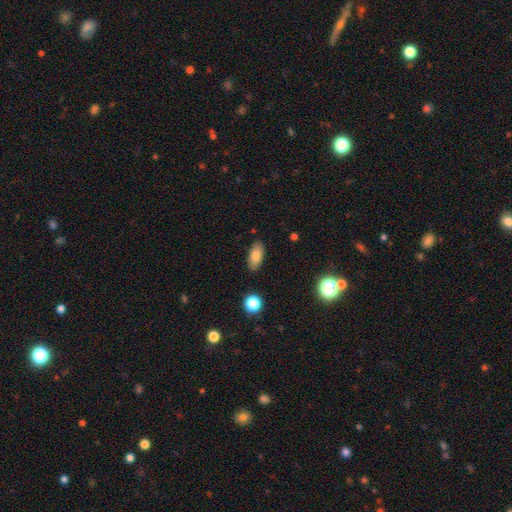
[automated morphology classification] smooth-or-featured: smooth: 82% | featured or disk: 10% | star or artifact: 8%
  how-rounded: in between: 88% | cigar-shaped: 9% | round: 3%
  merging: none: 87% | minor disturbance: 9% | major disturbance: 2% | merger: 2%